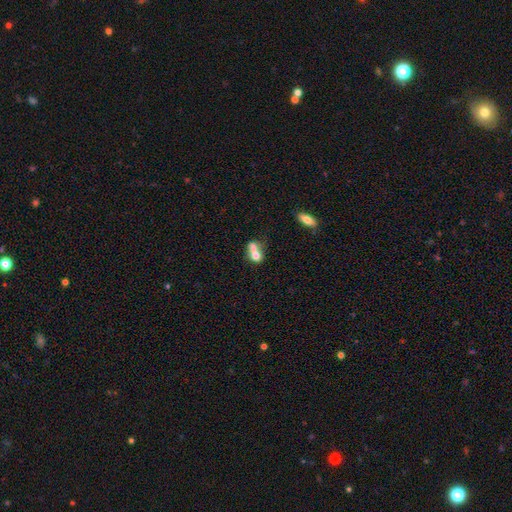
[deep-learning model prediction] smooth_or_featured: smooth (p=0.65) [alt: featured or disk p=0.24]
how_rounded: in between (p=0.50) [alt: round p=0.43]
merging: merger (p=0.63) [alt: none p=0.21]